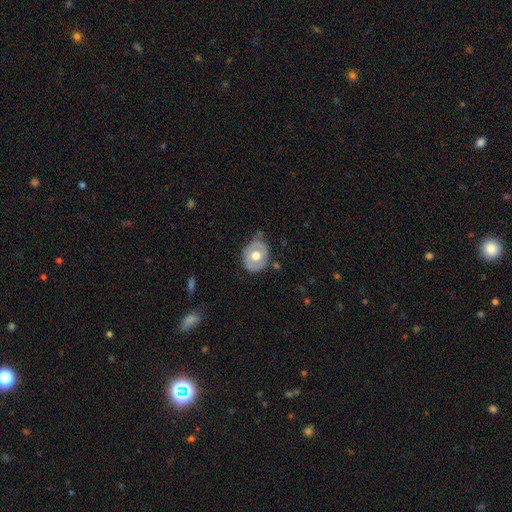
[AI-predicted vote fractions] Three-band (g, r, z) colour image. It shows a smooth galaxy with no disk features (48%). Merging: none (60%).